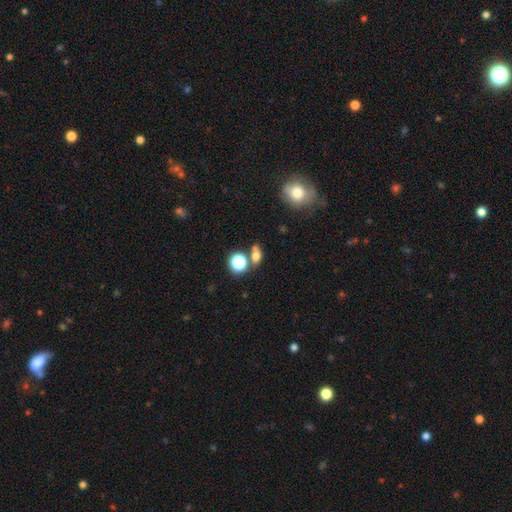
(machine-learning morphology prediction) type=smooth (66%); roundness=in between (57%); merging=none (59%).